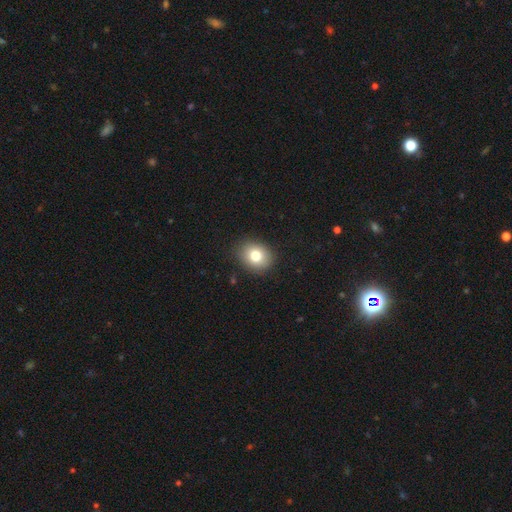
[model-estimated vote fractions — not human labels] Overall: smooth (80%). How rounded: round (54%; in between 45%). Merging: none (88%).